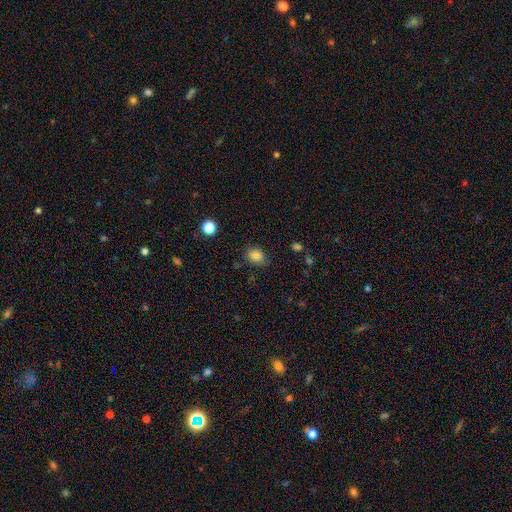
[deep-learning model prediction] Morphology: type=smooth (83%); roundness=in between (55%); merging=none (74%).